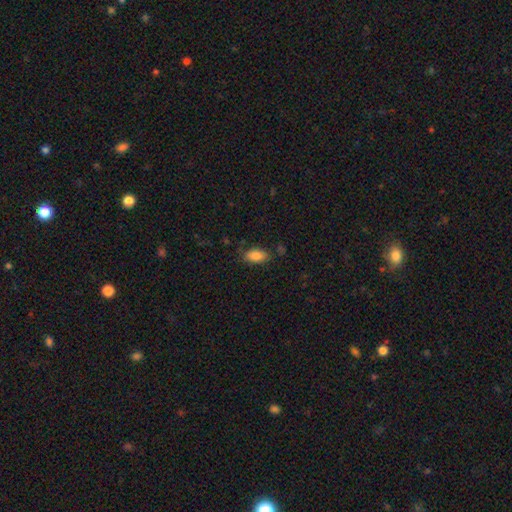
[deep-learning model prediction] Smooth or featured? smooth (85%)
How rounded? in between (91%)
Merging? none (77%)